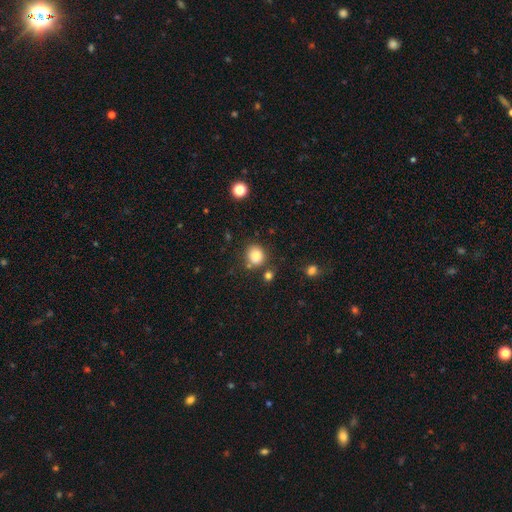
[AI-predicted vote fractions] Smooth or featured? Predicted: smooth (p=0.84). How rounded? Predicted: round (p=0.77). Merging? Predicted: none (p=0.76).